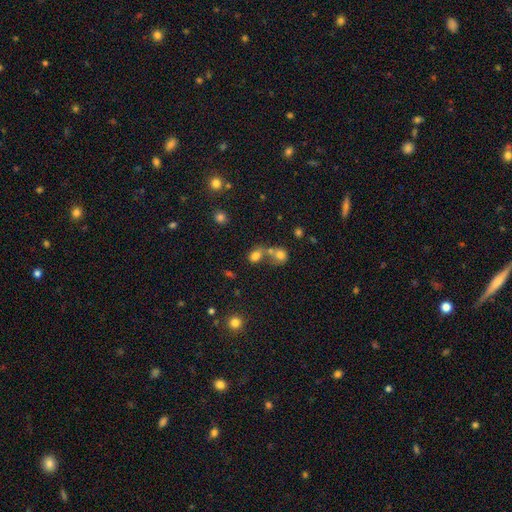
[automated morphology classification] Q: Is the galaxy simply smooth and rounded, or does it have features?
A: smooth — 76%.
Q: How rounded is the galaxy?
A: in between — 54%.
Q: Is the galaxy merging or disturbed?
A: merger — 48%.